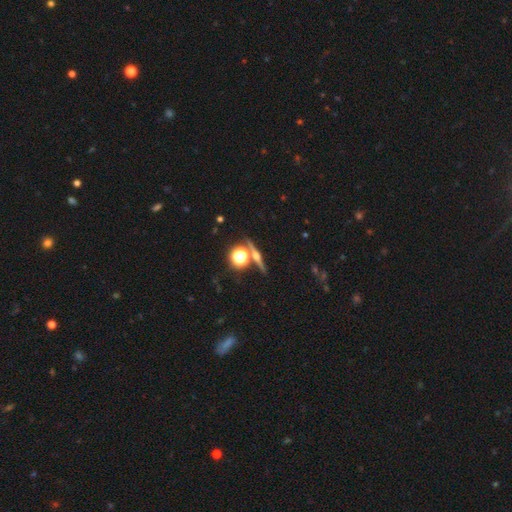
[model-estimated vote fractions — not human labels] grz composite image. It shows a featured or disk galaxy (56%) viewed edge-on (93%) with a rounded central bulge (87%). Merging: none (83%).